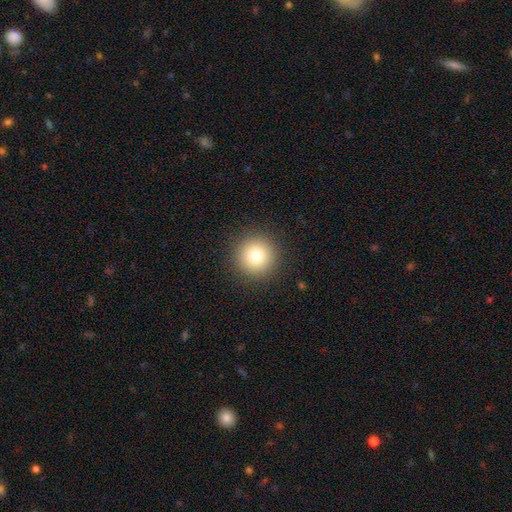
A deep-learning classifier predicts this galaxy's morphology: This is clearly a smooth galaxy (80%). How rounded: clearly round (95%). Merging: clearly none (91%).